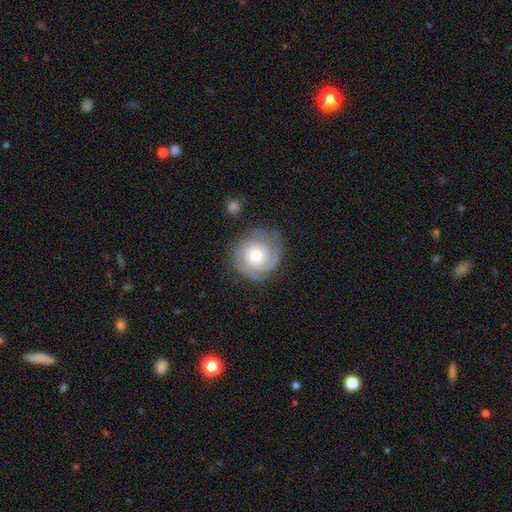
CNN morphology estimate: A featured or disk galaxy (76%) with no bar (81%), 2 (36%) tight (73%) spiral arms (92%) and a moderate central bulge (69%).

Vote fractions:
- Smooth or featured? featured or disk: 76% / smooth: 19% / star or artifact: 6%
- Edge-on disk? no: 98% / yes: 2%
- Bar? no: 81% / weak: 16% / strong: 3%
- Spiral arms? yes: 92% / no: 8%
- Spiral winding? tight: 73% / medium: 22% / loose: 5%
- Spiral arm count? 2: 36% / can't tell: 27% / 3: 22% / 1: 7% / 4: 5% / more than 4: 4%
- Bulge size? moderate: 69% / small: 20% / large: 9% / dominant: 1% / none: 1%
- Merging? none: 72% / minor disturbance: 18% / major disturbance: 8% / merger: 2%